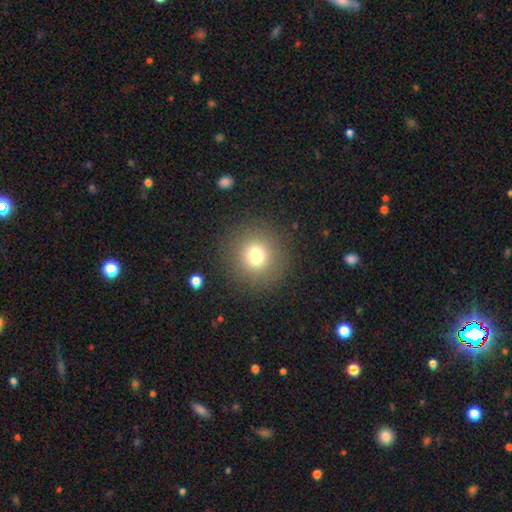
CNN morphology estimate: smooth 75%, star or artifact 15%, featured or disk 10%. Down the decision tree: how rounded — round (94%); merging — none (89%).